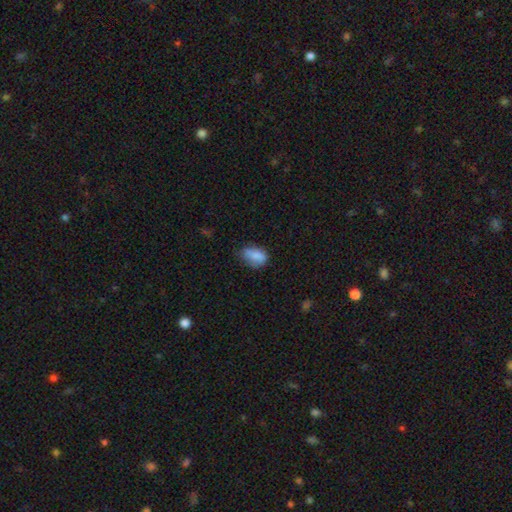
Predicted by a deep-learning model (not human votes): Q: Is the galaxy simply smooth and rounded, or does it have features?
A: smooth — 81%.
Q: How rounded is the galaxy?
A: in between — 85%.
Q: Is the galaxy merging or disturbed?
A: none — 54%.